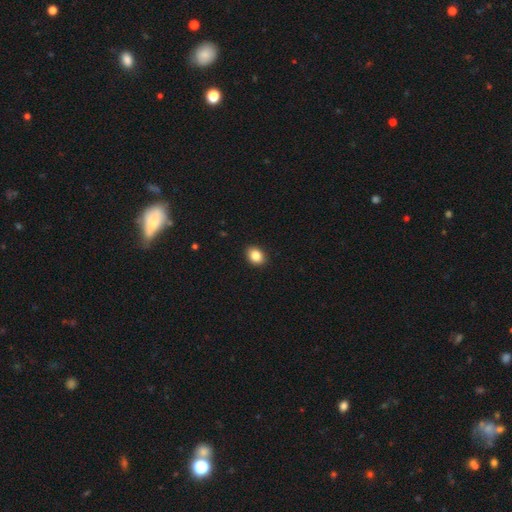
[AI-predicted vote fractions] Smooth or featured?
  - smooth: 86% *
  - star or artifact: 9%
  - featured or disk: 5%
How rounded?
  - in between: 65% *
  - round: 34%
  - cigar-shaped: 1%
Merging?
  - none: 91% *
  - minor disturbance: 6%
  - major disturbance: 2%
  - merger: 1%